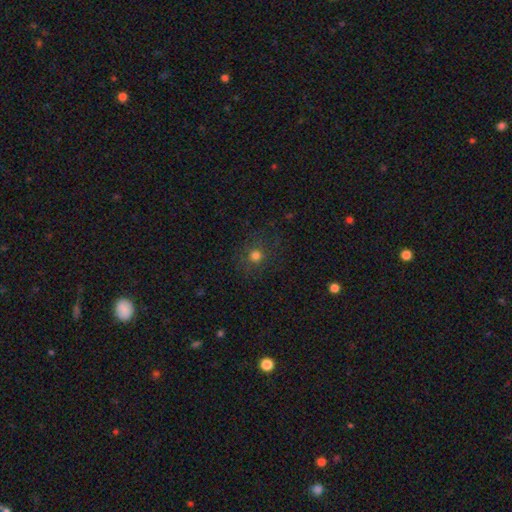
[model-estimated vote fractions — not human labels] This is likely a smooth galaxy (72%). How rounded: clearly round (89%). Merging: clearly none (82%).